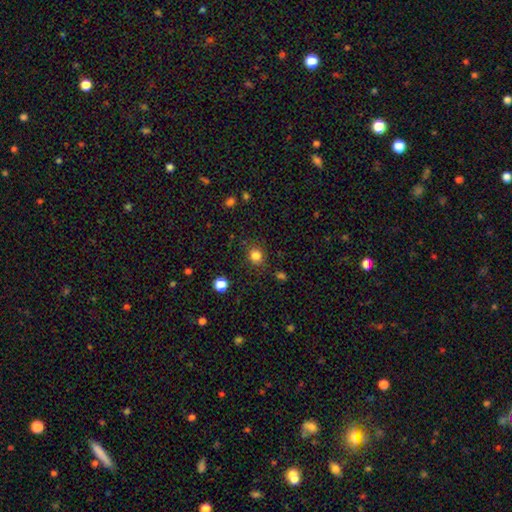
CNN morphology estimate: This is clearly a smooth galaxy (84%). How rounded: clearly round (82%). Merging: clearly none (83%).